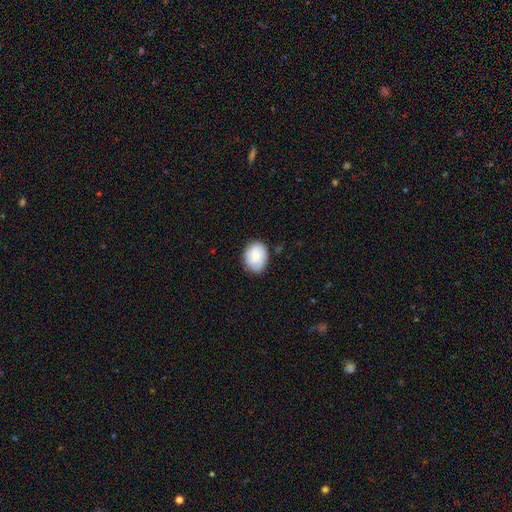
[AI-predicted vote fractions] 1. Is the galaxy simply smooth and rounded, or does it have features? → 82% smooth, 11% featured or disk, 7% star or artifact.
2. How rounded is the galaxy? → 58% in between, 41% round, 1% cigar-shaped.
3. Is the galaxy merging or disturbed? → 79% none, 17% minor disturbance, 3% major disturbance, 1% merger.